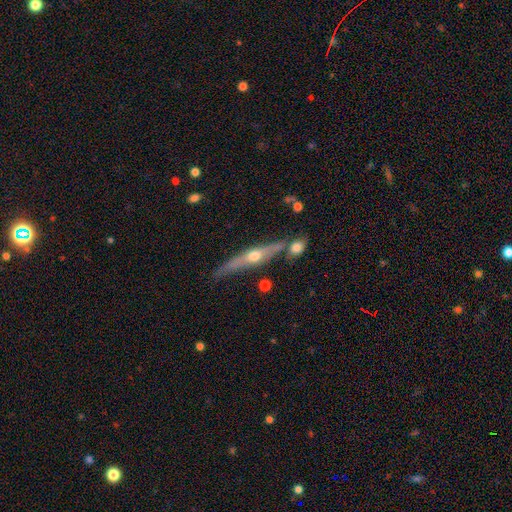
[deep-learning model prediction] A featured or disk galaxy (79%) viewed edge-on (96%) with a rounded central bulge (91%). Merging: none (74%).